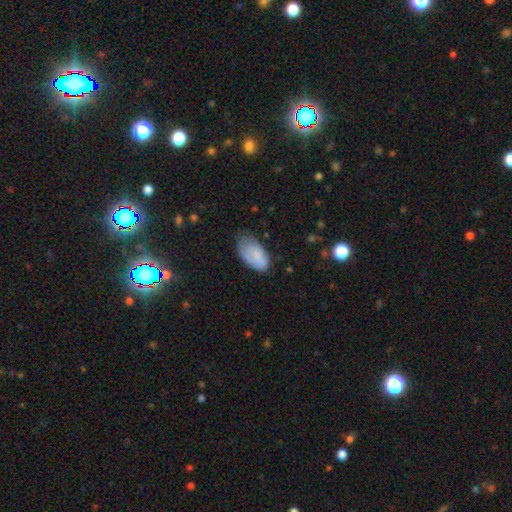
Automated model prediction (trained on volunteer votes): Smooth or featured? smooth (78%)
How rounded? in between (95%)
Merging? none (53%)